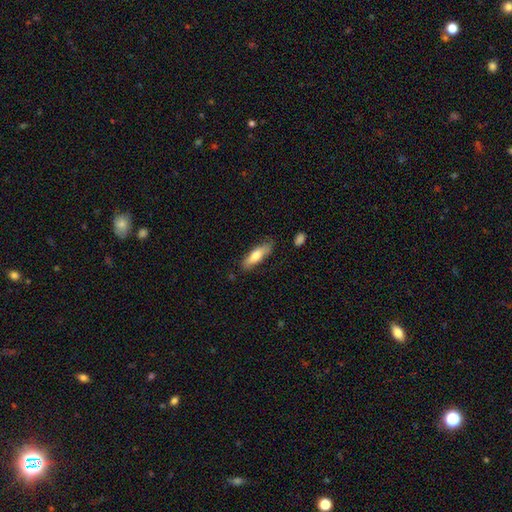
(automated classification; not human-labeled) The model was most divided on "how rounded": cigar-shaped: 56%, in between: 42%, round: 2%. More confident: merging — none (77%); smooth or featured — smooth (69%).